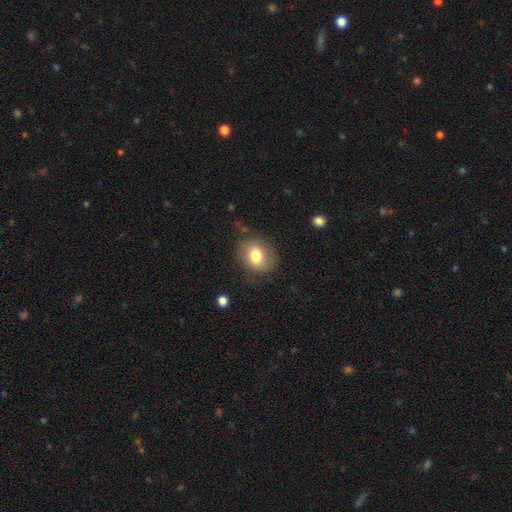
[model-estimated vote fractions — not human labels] The model was most divided on "how rounded": round: 53%, in between: 46%, cigar-shaped: 1%. More confident: smooth or featured — smooth (76%); merging — none (75%).